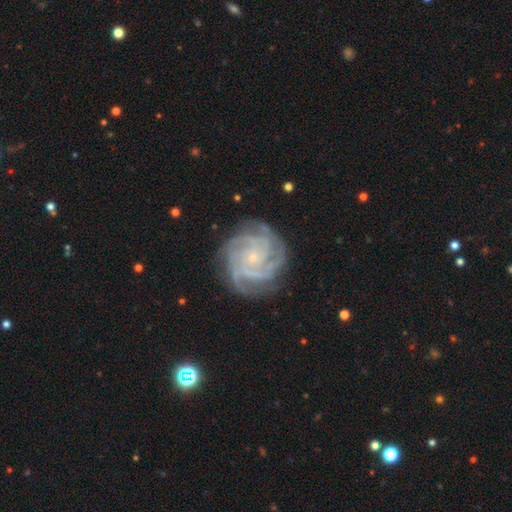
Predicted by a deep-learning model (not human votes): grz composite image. It shows a featured or disk galaxy (87%) with no bar (71%), 4 (34%) tight (81%) spiral arms (99%) and a small central bulge (81%). Merging: none (84%).